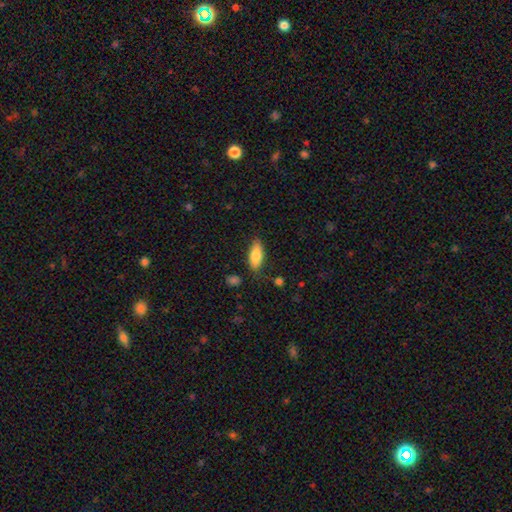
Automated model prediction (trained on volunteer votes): Smooth or featured? smooth (81%)
How rounded? in between (79%)
Merging? none (79%)